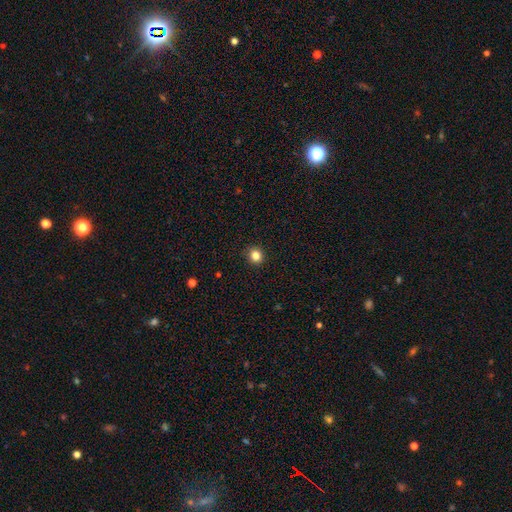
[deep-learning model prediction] smooth_or_featured: smooth (p=0.83) [alt: star or artifact p=0.12]
how_rounded: round (p=0.87) [alt: in between p=0.12]
merging: none (p=0.91) [alt: minor disturbance p=0.06]